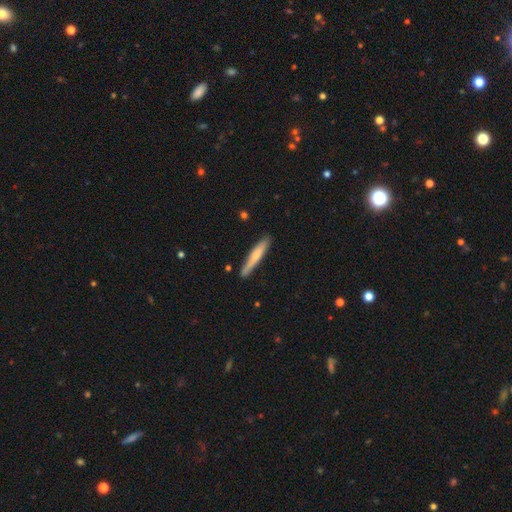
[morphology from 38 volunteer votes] Volunteers were most divided on "smooth or featured": smooth: 53%, featured or disk: 45%, star or artifact: 3%. More confident: how rounded — cigar-shaped (95%); merging — none (89%).